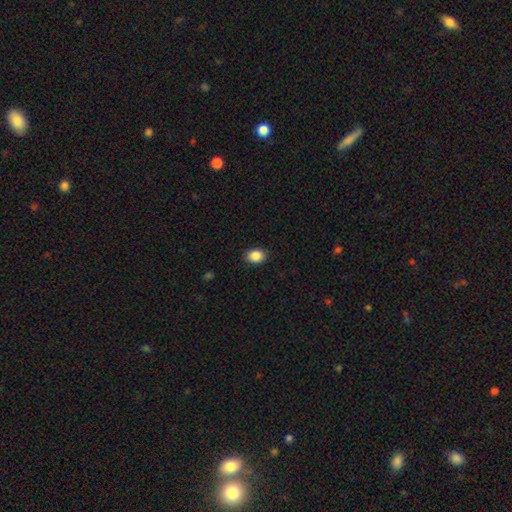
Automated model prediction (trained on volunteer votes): smooth_or_featured: smooth (p=0.88) [alt: star or artifact p=0.08]
how_rounded: in between (p=0.62) [alt: round p=0.37]
merging: none (p=0.88) [alt: minor disturbance p=0.09]